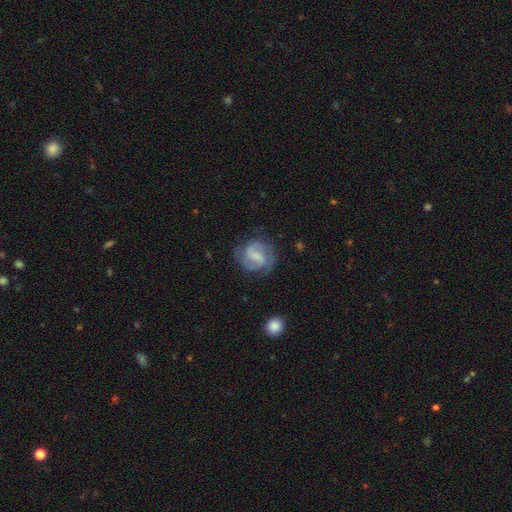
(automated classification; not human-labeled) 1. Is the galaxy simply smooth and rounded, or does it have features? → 71% featured or disk, 22% smooth, 7% star or artifact.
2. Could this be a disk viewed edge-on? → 98% no, 2% yes.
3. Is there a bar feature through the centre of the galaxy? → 51% weak, 29% strong, 20% no.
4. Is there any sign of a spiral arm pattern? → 91% yes, 9% no.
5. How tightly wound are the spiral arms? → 48% medium, 27% tight, 25% loose.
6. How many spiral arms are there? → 77% 2, 11% can't tell, 5% 3, 4% 1, 2% 4, 2% more than 4.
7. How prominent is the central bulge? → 41% none, 33% small, 19% moderate, 6% large, 1% dominant.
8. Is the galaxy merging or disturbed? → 70% none, 18% minor disturbance, 10% major disturbance, 2% merger.